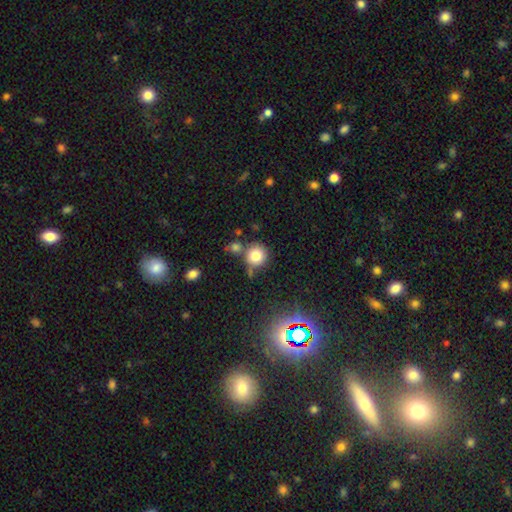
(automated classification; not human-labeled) A smooth galaxy with no disk features (80%) that is round (91%).

Vote fractions:
- Smooth or featured? smooth: 80% / star or artifact: 12% / featured or disk: 8%
- How rounded? round: 91% / in between: 8% / cigar-shaped: 1%
- Merging? none: 67% / merger: 16% / minor disturbance: 13% / major disturbance: 4%